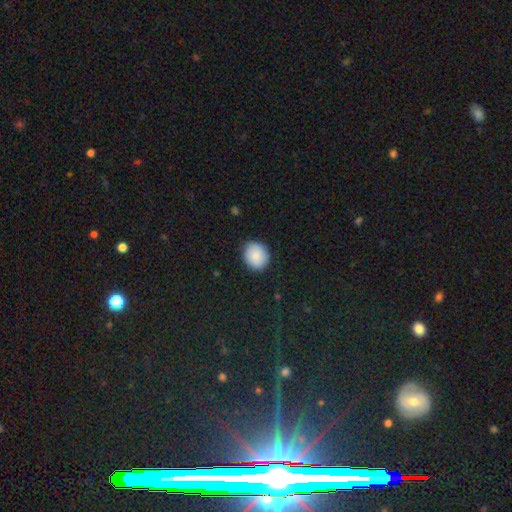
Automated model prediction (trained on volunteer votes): This appears to be a smooth galaxy with no disk features (87%) that is round (78%). Merging: none (86%).